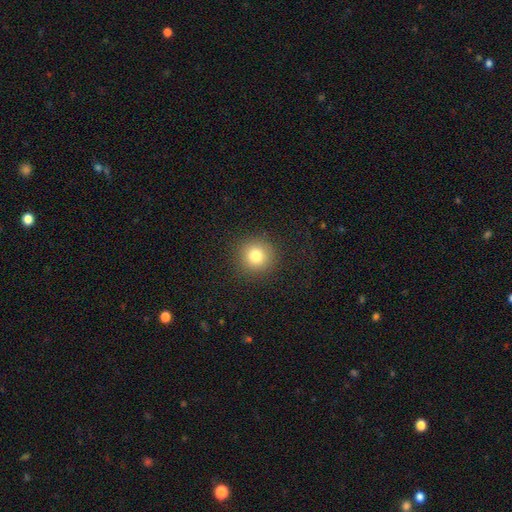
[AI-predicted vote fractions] Overall: smooth (80%). How rounded: round (94%). Merging: none (90%).